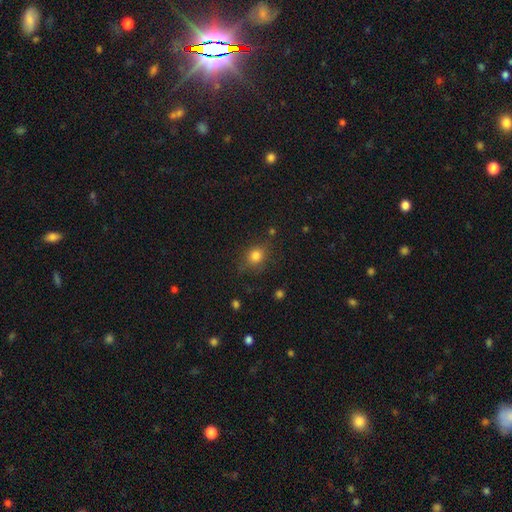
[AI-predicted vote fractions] This appears to be a smooth galaxy with no disk features (80%) that is round (69%). Merging: none (75%).